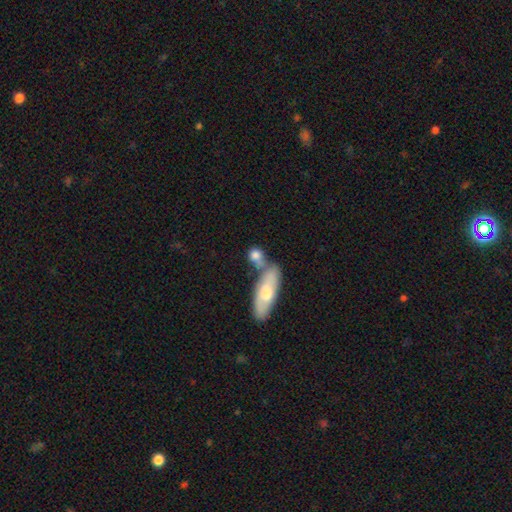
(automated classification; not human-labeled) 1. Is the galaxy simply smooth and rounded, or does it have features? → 77% smooth, 16% featured or disk, 7% star or artifact.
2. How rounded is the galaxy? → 51% round, 38% in between, 11% cigar-shaped.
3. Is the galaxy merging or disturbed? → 44% none, 38% merger, 12% minor disturbance, 6% major disturbance.